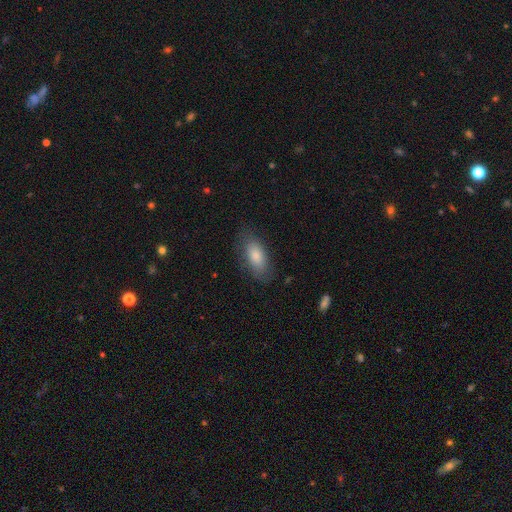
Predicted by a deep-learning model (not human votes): Smooth or featured? Predicted: smooth (p=0.83). How rounded? Predicted: in between (p=0.87). Merging? Predicted: none (p=0.78).